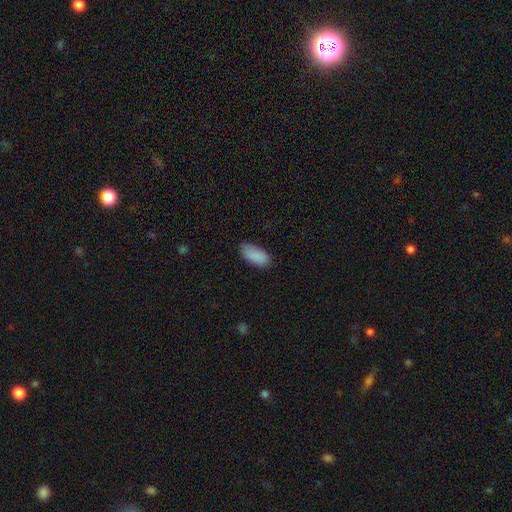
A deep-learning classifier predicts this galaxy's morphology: A smooth galaxy with no disk features (90%) that is in between round and cigar-shaped (92%).

Vote fractions:
- Smooth or featured? smooth: 90% / star or artifact: 6% / featured or disk: 4%
- How rounded? in between: 92% / cigar-shaped: 6% / round: 2%
- Merging? none: 81% / minor disturbance: 15% / major disturbance: 3% / merger: 1%